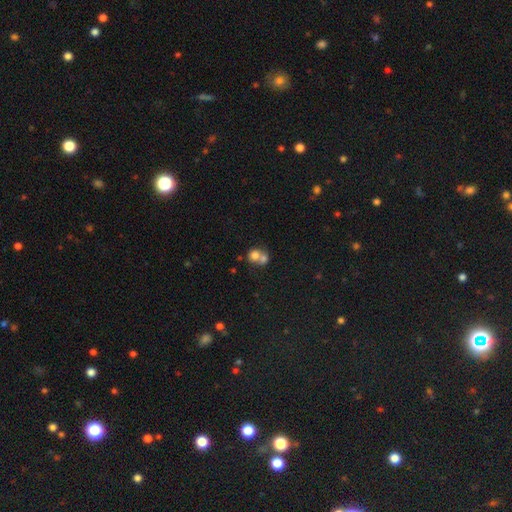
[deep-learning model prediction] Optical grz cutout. It shows a smooth galaxy with no disk features (73%) that is round (76%). Merging: merger (63%).